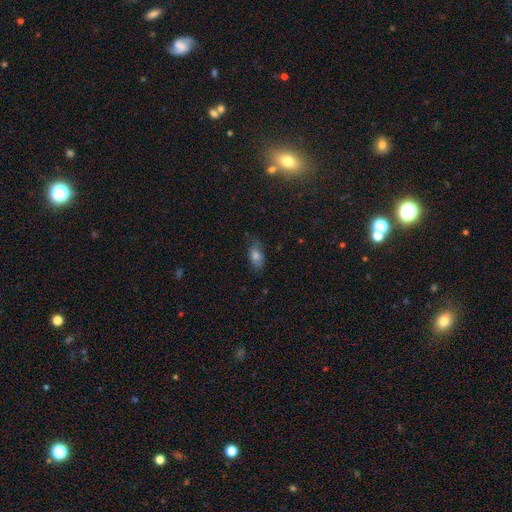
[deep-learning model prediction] A smooth galaxy with no disk features (69%) that is in between round and cigar-shaped (82%).

Vote fractions:
- Smooth or featured? smooth: 69% / featured or disk: 18% / star or artifact: 13%
- How rounded? in between: 82% / cigar-shaped: 11% / round: 6%
- Merging? none: 69% / minor disturbance: 23% / major disturbance: 6% / merger: 2%